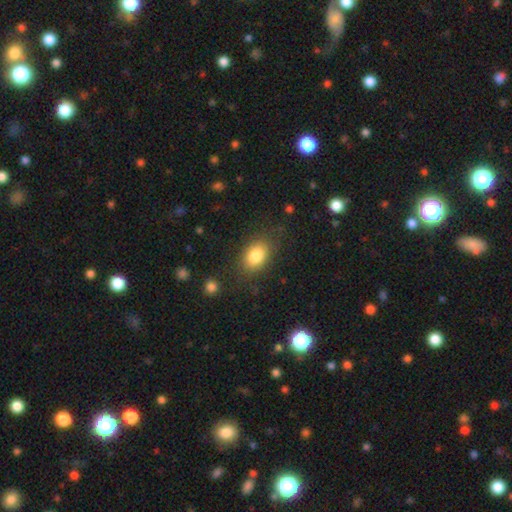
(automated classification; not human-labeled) smooth 82%, featured or disk 9%, star or artifact 9%. Down the decision tree: how rounded — in between (76%); merging — none (79%).